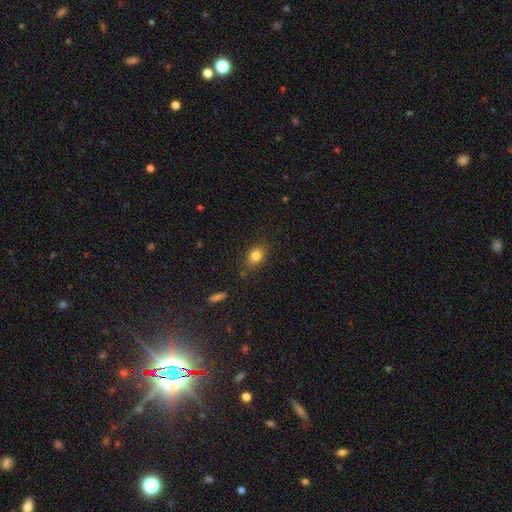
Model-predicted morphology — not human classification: Smooth or featured?
  - smooth: 82% *
  - star or artifact: 11%
  - featured or disk: 8%
How rounded?
  - in between: 62% *
  - round: 36%
  - cigar-shaped: 2%
Merging?
  - none: 81% *
  - minor disturbance: 13%
  - major disturbance: 3%
  - merger: 3%